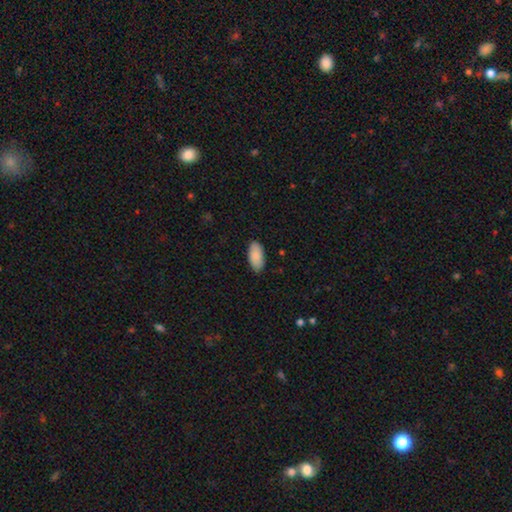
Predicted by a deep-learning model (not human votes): Smooth or featured? Predicted: smooth (p=0.89). How rounded? Predicted: in between (p=0.93). Merging? Predicted: none (p=0.87).